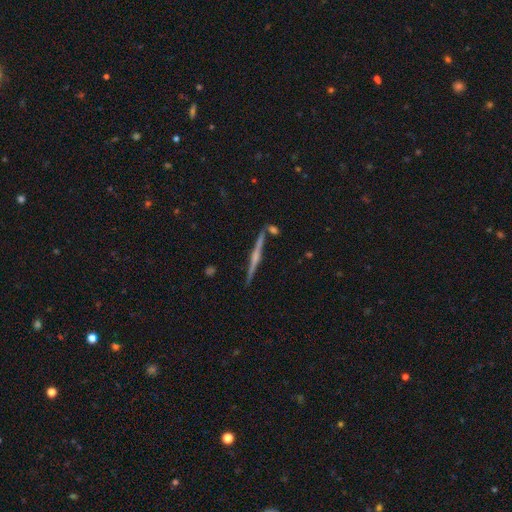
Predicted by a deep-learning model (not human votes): This is likely a featured or disk galaxy (80%). It is clearly viewed edge-on (98%). Edge-on bulge: likely rounded (70%). Merging: clearly none (87%).